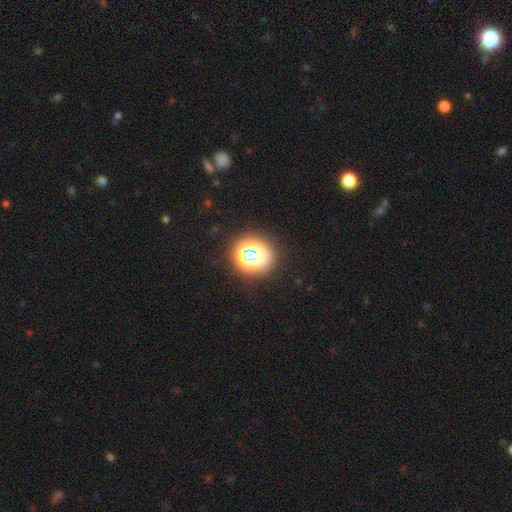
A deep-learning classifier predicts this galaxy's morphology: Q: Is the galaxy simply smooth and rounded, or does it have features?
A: smooth — 45%.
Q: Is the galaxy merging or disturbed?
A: none — 77%.